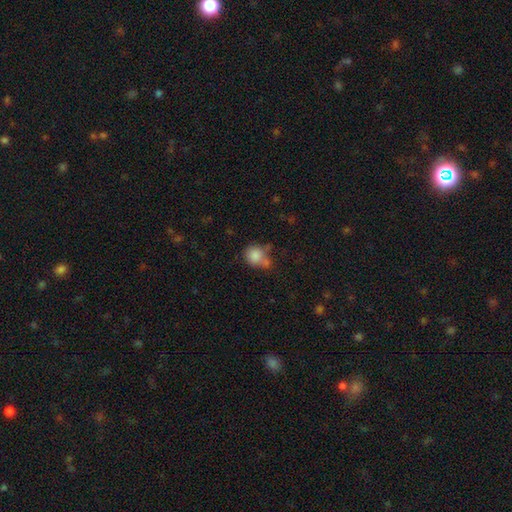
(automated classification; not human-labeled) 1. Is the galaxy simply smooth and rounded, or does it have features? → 83% smooth, 10% star or artifact, 7% featured or disk.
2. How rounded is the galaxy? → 80% round, 19% in between, 1% cigar-shaped.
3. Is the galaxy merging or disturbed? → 47% none, 27% merger, 19% minor disturbance, 7% major disturbance.